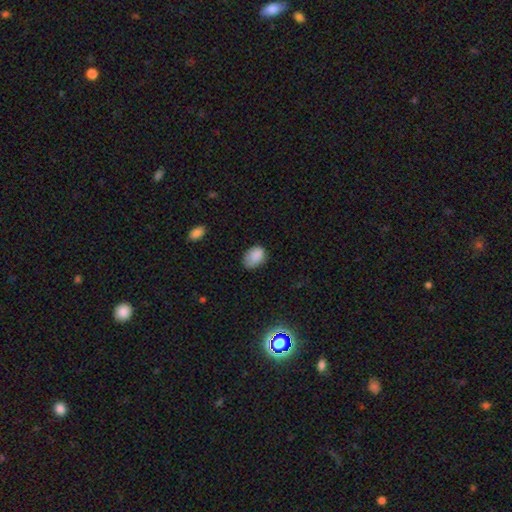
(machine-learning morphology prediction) type=smooth (86%); roundness=in between (81%); merging=none (68%).